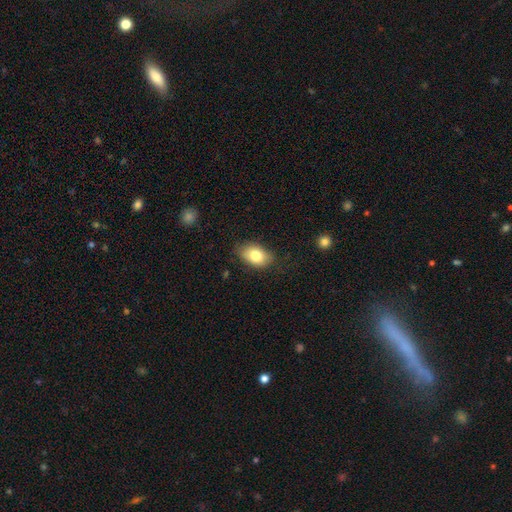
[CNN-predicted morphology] Overall: smooth (80%). How rounded: in between (85%). Merging: none (78%).